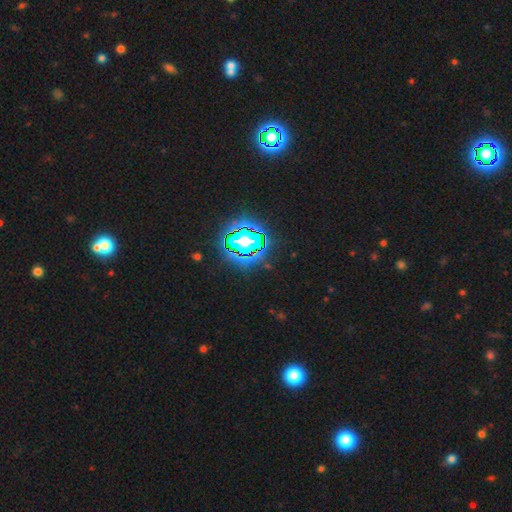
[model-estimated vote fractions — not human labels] Smooth or featured? Predicted: star or artifact (p=0.83).